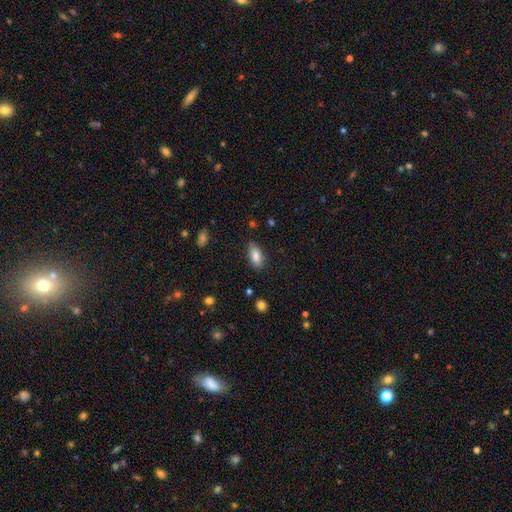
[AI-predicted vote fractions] smooth_or_featured: smooth (p=0.83) [alt: featured or disk p=0.10]
how_rounded: in between (p=0.88) [alt: cigar-shaped p=0.09]
merging: none (p=0.83) [alt: minor disturbance p=0.13]